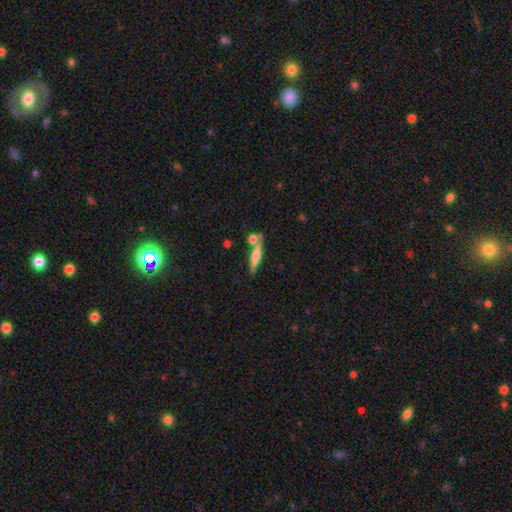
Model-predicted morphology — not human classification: type=featured or disk (47%); merging=none (66%).